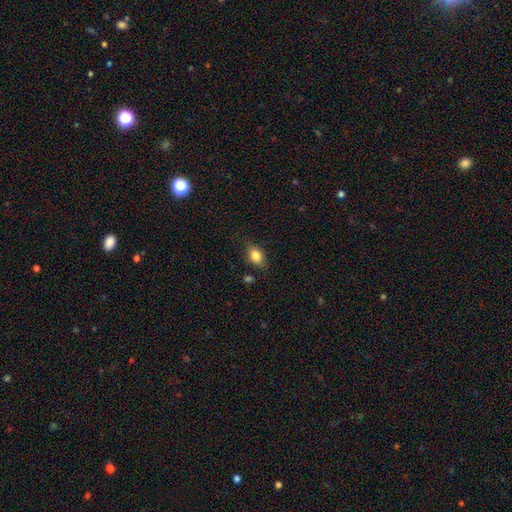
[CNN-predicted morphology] This is likely a smooth galaxy (79%). How rounded: likely in between (74%). Merging: likely none (77%).